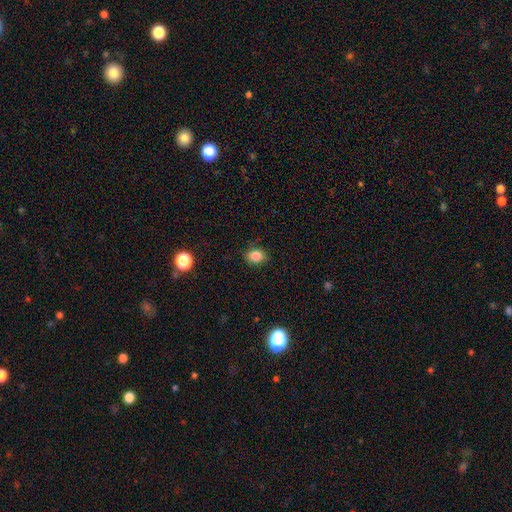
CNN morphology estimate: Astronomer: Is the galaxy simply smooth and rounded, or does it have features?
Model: smooth — 85%.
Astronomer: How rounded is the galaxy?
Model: in between — 53% (runner-up: round, 46%).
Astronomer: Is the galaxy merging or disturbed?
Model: none — 84%.